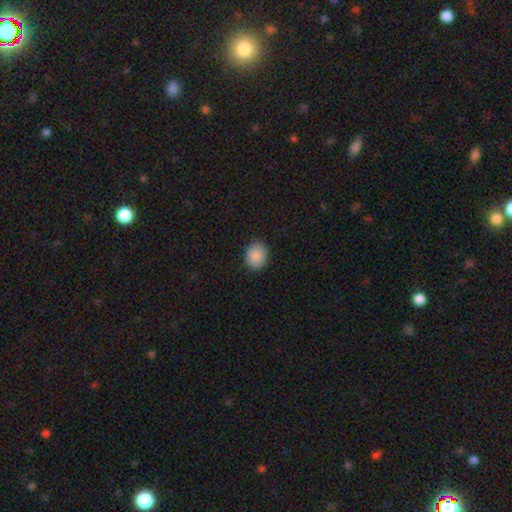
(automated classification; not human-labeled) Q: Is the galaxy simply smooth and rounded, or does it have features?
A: smooth — 89%.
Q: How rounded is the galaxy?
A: round — 57%.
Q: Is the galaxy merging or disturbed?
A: none — 88%.